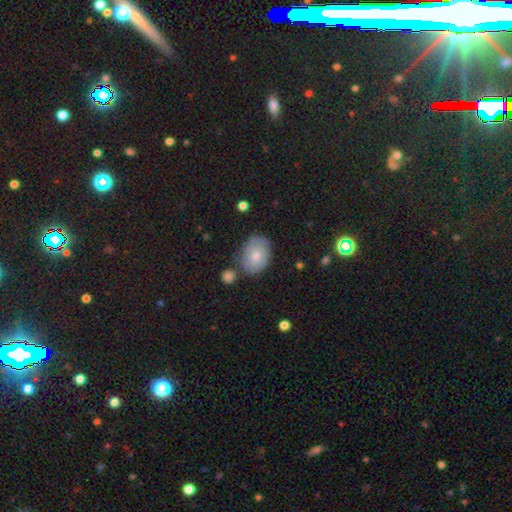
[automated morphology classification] Smooth or featured? featured or disk (50%)
Edge-on disk? no (96%)
Merging? none (71%)